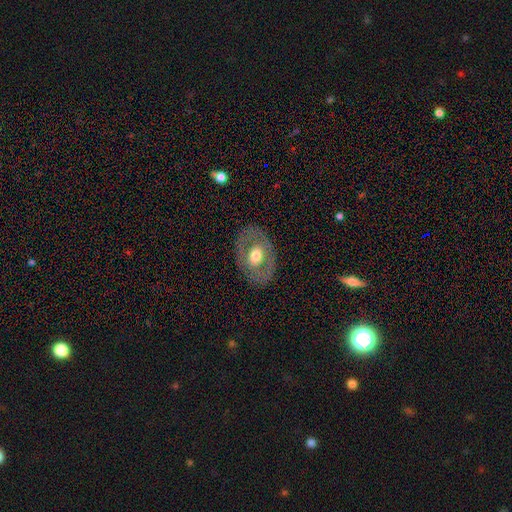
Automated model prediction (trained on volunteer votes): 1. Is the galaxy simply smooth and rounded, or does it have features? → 49% featured or disk, 45% smooth, 6% star or artifact.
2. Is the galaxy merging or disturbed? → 81% none, 12% minor disturbance, 6% major disturbance, 1% merger.